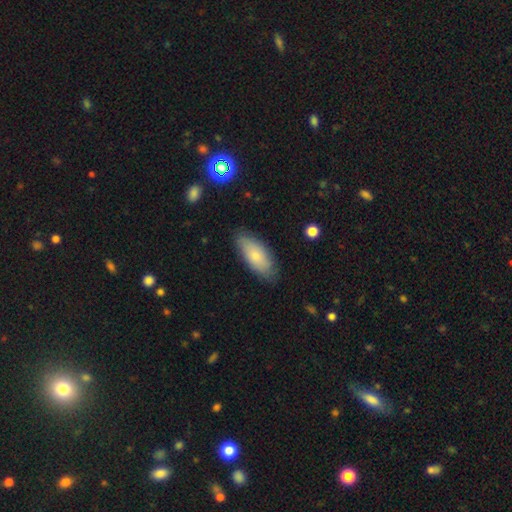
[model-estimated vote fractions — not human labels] Overall: smooth (69%). How rounded: in between (83%). Merging: none (80%).